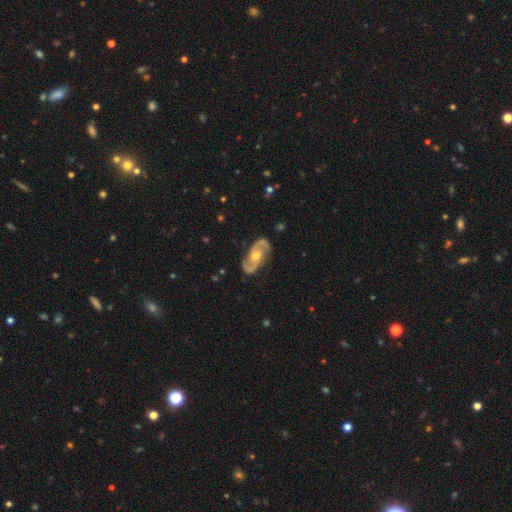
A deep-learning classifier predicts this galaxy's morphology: type=featured or disk (91%); edge-on=no (97%); bar=no (56%); spiral arms=yes (98%); winding=medium (57%); arm count=2 (94%); bulge=moderate (68%); merging=none (86%).